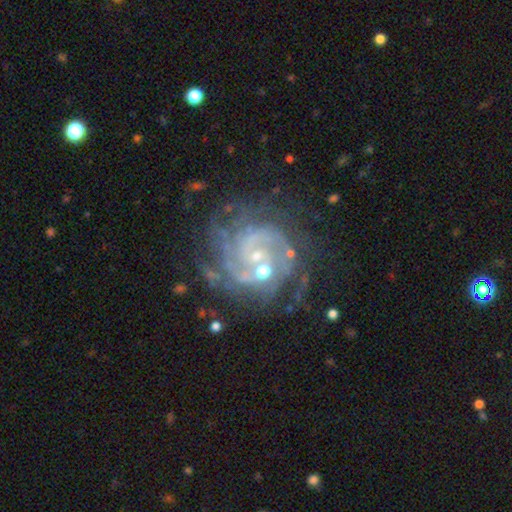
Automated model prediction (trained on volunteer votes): smooth_or_featured: featured or disk (p=0.86) [alt: star or artifact p=0.08]
disk_edge_on: no (p=0.98) [alt: yes p=0.02]
bar: no (p=0.67) [alt: weak p=0.26]
has_spiral_arms: yes (p=0.96) [alt: no p=0.04]
spiral_winding: tight (p=0.62) [alt: medium p=0.31]
spiral_arm_count: can't tell (p=0.26) [alt: 2 p=0.23]
bulge_size: small (p=0.69) [alt: moderate p=0.22]
merging: none (p=0.64) [alt: minor disturbance p=0.17]